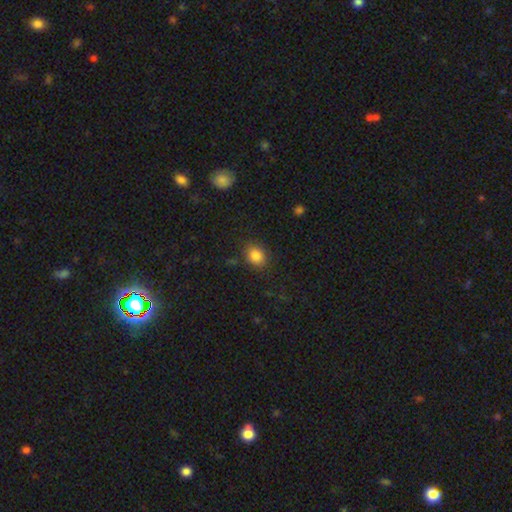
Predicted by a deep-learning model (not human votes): Q: Smooth or featured?
A: smooth (85%); runner-up: star or artifact (10%)
Q: How rounded?
A: round (56%); runner-up: in between (43%)
Q: Merging?
A: none (82%); runner-up: minor disturbance (12%)